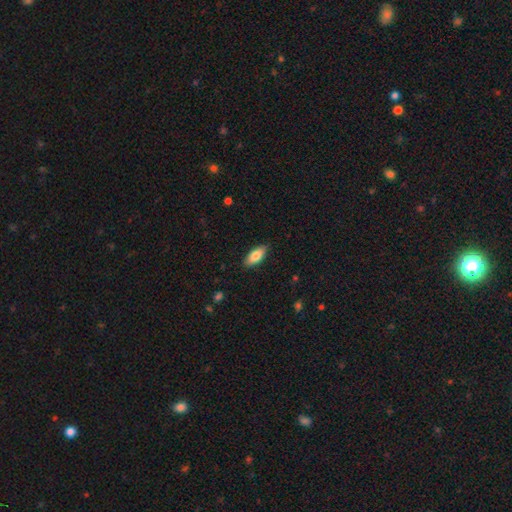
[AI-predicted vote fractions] A smooth galaxy with no disk features (81%) that is in between round and cigar-shaped (83%).

Vote fractions:
- Smooth or featured? smooth: 81% / featured or disk: 13% / star or artifact: 6%
- How rounded? in between: 83% / cigar-shaped: 15% / round: 2%
- Merging? none: 87% / minor disturbance: 10% / major disturbance: 2% / merger: 1%